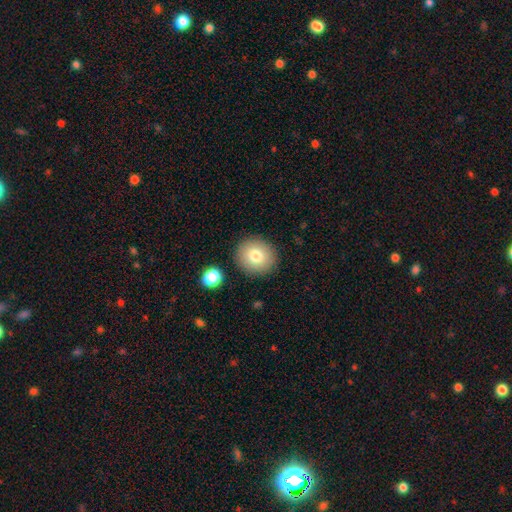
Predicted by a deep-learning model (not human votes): This appears to be a smooth galaxy with no disk features (78%) that is round (84%). Merging: none (88%).